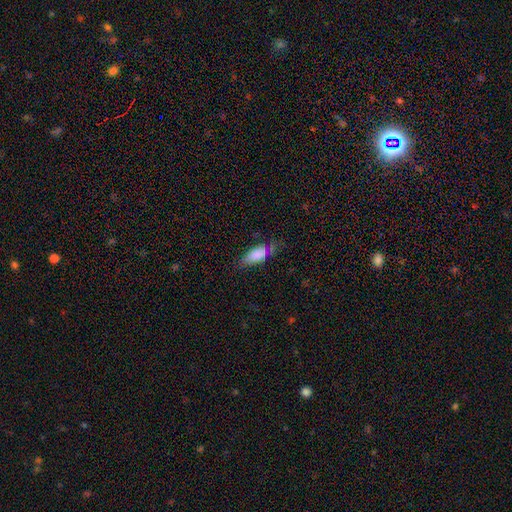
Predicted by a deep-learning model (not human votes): smooth-or-featured: smooth: 76% | featured or disk: 15% | star or artifact: 9%
  how-rounded: in between: 78% | cigar-shaped: 19% | round: 3%
  merging: none: 52% | minor disturbance: 32% | major disturbance: 13% | merger: 4%